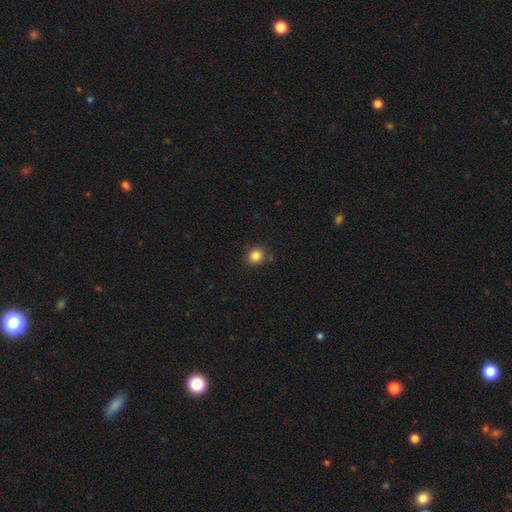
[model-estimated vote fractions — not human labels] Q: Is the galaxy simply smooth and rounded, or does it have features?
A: smooth — 84%.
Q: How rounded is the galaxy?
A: round — 90%.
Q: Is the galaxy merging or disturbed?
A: none — 85%.